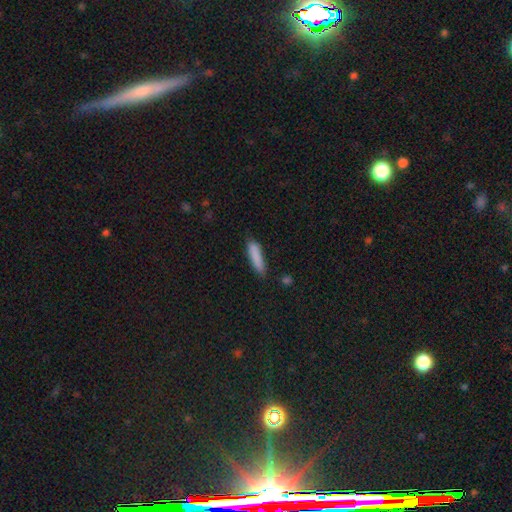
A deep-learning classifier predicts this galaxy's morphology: A smooth galaxy with no disk features (86%) that is cigar-shaped (79%). Merging: none (79%).